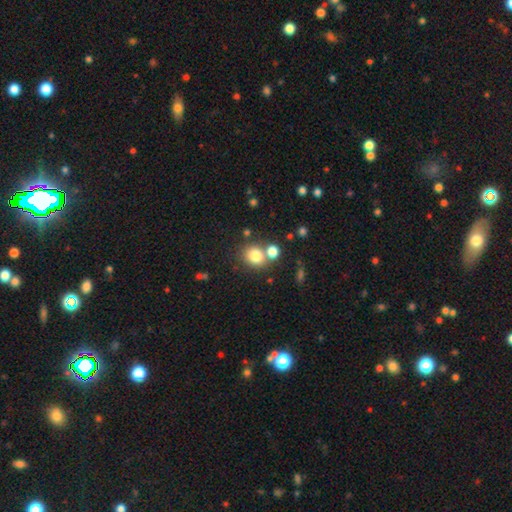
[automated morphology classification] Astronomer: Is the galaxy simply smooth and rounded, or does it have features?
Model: smooth — 80%.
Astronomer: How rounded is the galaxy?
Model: round — 77%.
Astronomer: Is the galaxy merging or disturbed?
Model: none — 62%.